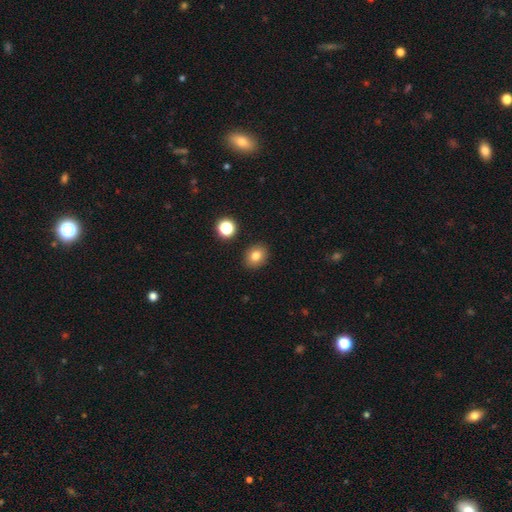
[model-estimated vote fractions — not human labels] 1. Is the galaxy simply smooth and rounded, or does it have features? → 79% smooth, 12% star or artifact, 9% featured or disk.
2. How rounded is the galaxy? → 60% round, 39% in between, 1% cigar-shaped.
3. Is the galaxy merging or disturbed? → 89% none, 7% minor disturbance, 2% major disturbance, 2% merger.